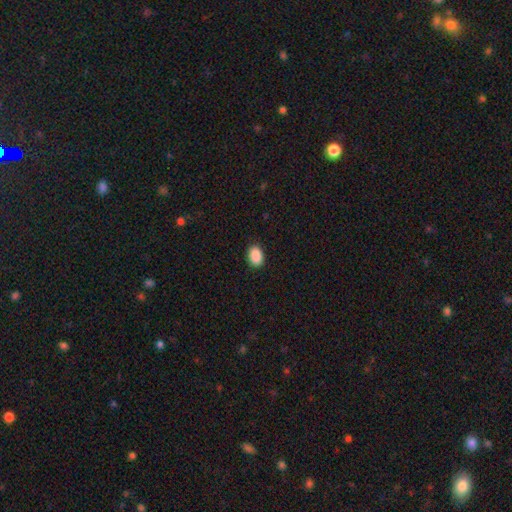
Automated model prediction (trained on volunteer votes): This is clearly a smooth galaxy (90%). How rounded: clearly in between (83%). Merging: clearly none (89%).